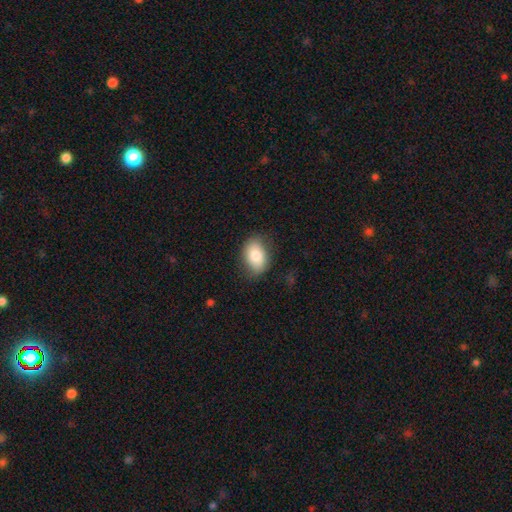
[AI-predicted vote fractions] The model was most divided on "merging": none: 77%, minor disturbance: 18%, major disturbance: 5%, merger: 1%. More confident: how rounded — in between (84%); smooth or featured — smooth (81%).